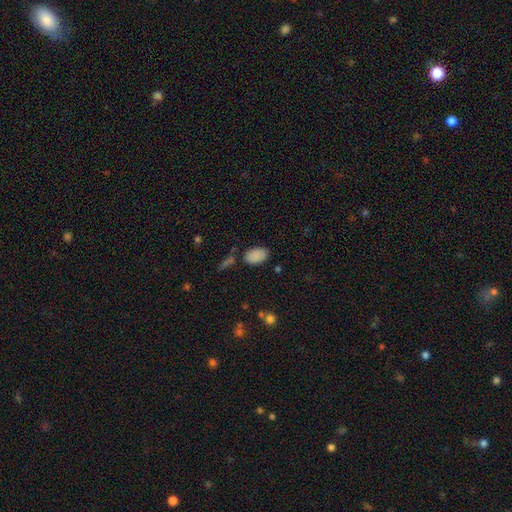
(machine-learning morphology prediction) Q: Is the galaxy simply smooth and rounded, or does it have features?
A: smooth — 87%.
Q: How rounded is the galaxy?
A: in between — 92%.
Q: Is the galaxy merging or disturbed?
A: none — 76%.